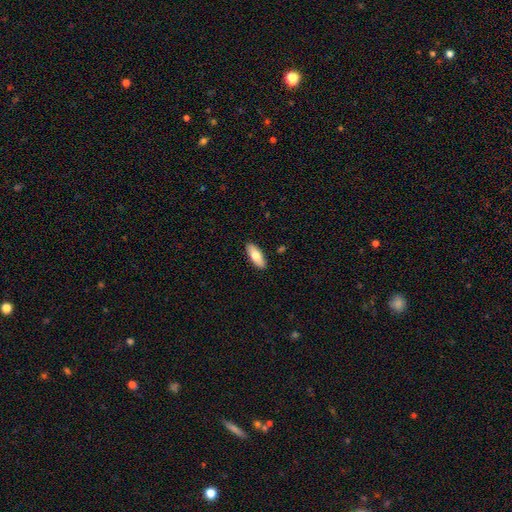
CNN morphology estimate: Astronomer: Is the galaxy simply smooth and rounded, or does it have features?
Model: smooth — 74%.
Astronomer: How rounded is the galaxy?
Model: in between — 76%.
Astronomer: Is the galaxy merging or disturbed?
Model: none — 90%.